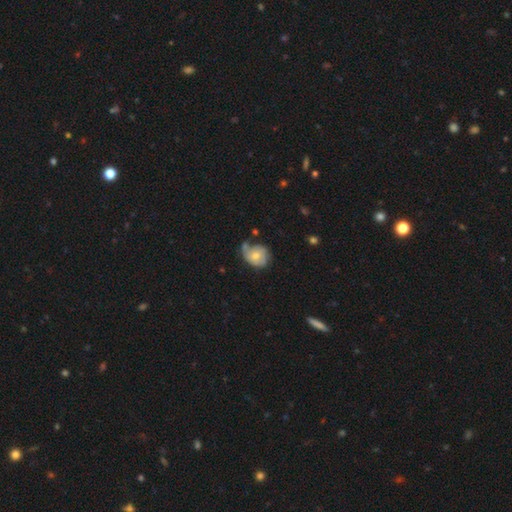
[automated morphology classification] This appears to be a featured or disk galaxy (49%). Merging: none (43%).